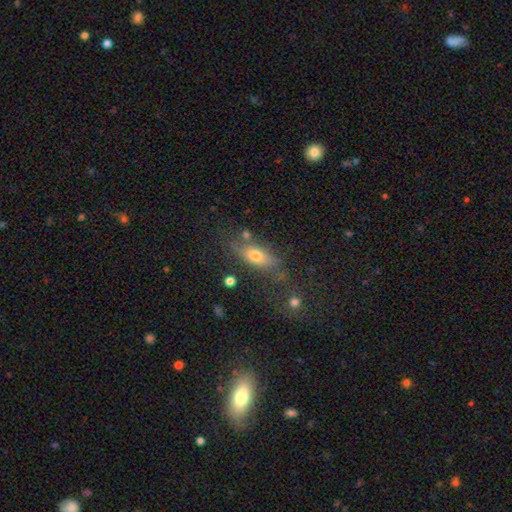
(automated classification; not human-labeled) Morphology: type=smooth (66%); roundness=in between (70%); merging=none (63%).